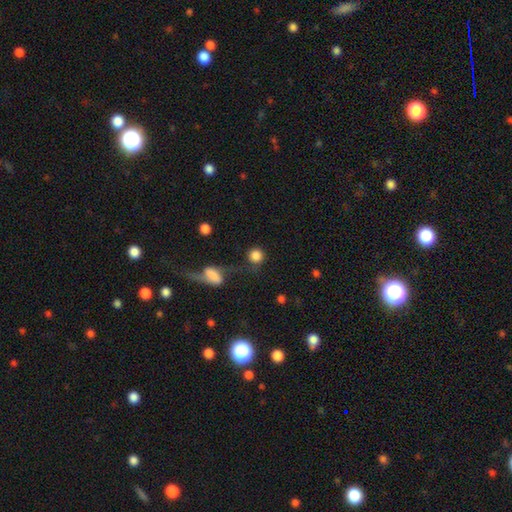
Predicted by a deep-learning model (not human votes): Morphology: type=smooth (83%); roundness=round (92%); merging=none (63%).